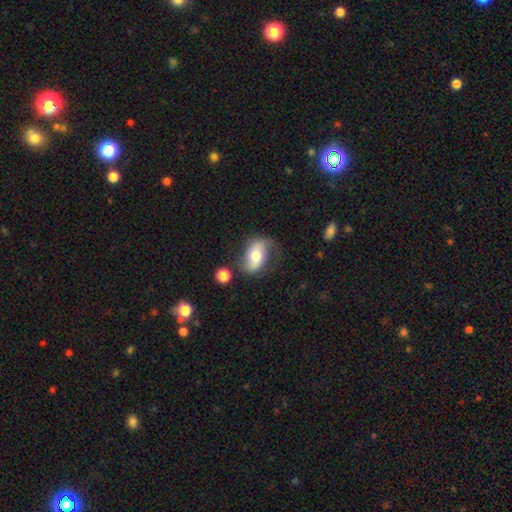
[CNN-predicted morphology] Smooth or featured: featured or disk — 51% (smooth — 42%)
Edge-on disk: no — 91% (yes — 9%)
Merging: none — 61% (minor disturbance — 24%)